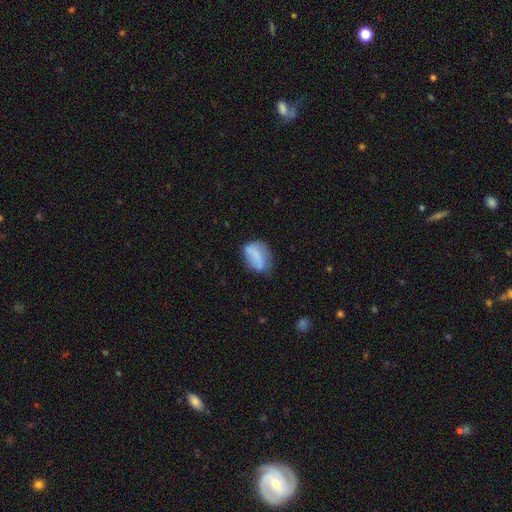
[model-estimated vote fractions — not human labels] This appears to be a smooth galaxy with no disk features (69%) that is in between round and cigar-shaped (82%). Merging: none (45%).